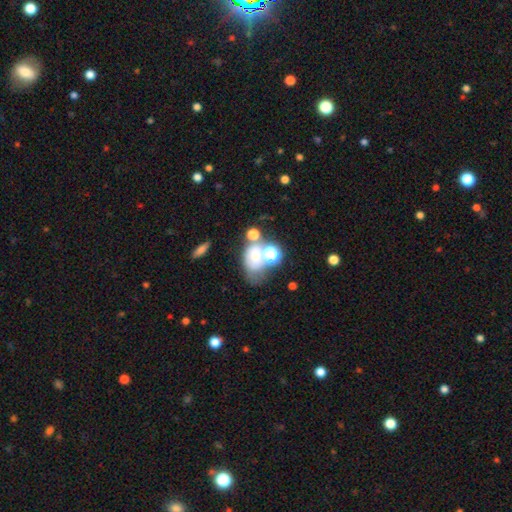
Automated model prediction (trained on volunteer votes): A smooth galaxy with no disk features (53%) that is in between round and cigar-shaped (68%).

Vote fractions:
- Smooth or featured? smooth: 53% / featured or disk: 27% / star or artifact: 20%
- How rounded? in between: 68% / round: 30% / cigar-shaped: 2%
- Merging? merger: 39% / none: 27% / major disturbance: 18% / minor disturbance: 16%